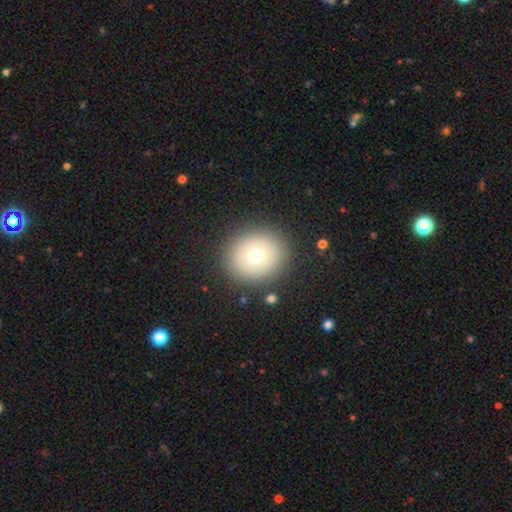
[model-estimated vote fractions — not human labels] The model was most divided on "smooth or featured": smooth: 69%, featured or disk: 19%, star or artifact: 12%. More confident: merging — none (88%); how rounded — round (86%).